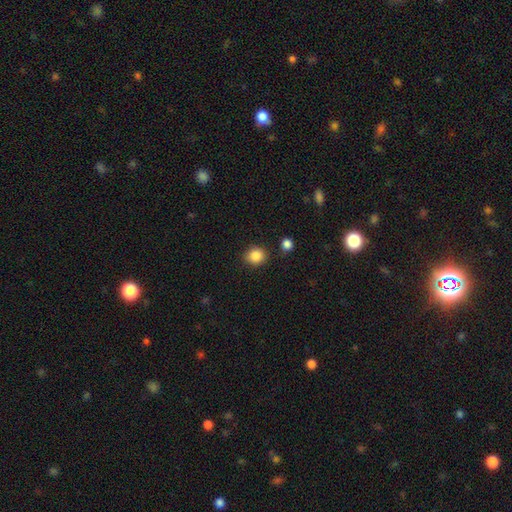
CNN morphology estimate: smooth-or-featured: smooth: 87% | star or artifact: 9% | featured or disk: 4%
  how-rounded: round: 79% | in between: 20% | cigar-shaped: 1%
  merging: none: 84% | minor disturbance: 10% | merger: 4% | major disturbance: 3%